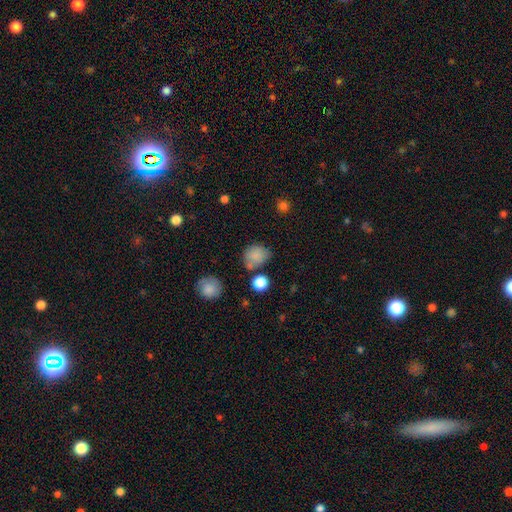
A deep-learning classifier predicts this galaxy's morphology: Smooth or featured: smooth — 82% (star or artifact — 11%)
How rounded: round — 63% (in between — 36%)
Merging: none — 58% (minor disturbance — 22%)